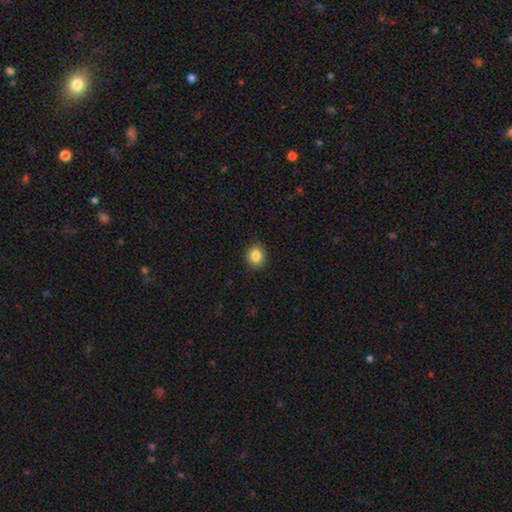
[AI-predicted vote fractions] A smooth galaxy with no disk features (87%) that is round (68%). Merging: none (89%).